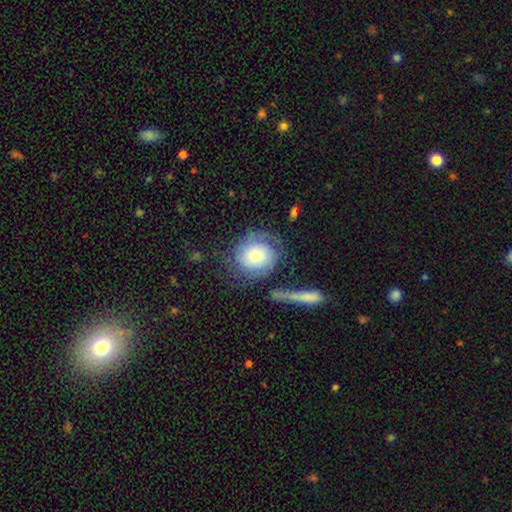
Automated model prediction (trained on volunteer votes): Overall: featured or disk (56%; smooth 37%). Edge-on disk: no (96%). Bar: no (80%). Spiral arms: yes (86%). Bulge size: small (50%; moderate 31%). Merging: none (53%; minor disturbance 19%).